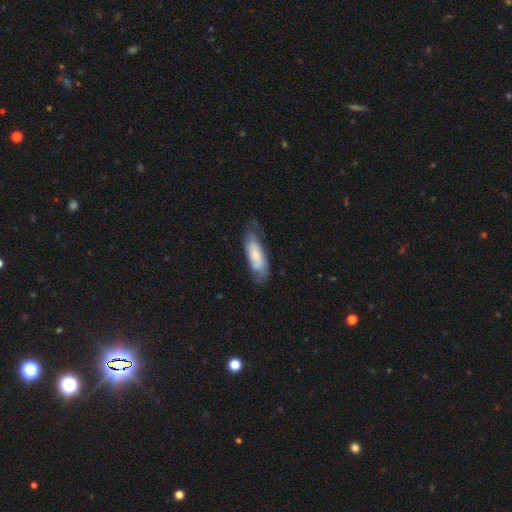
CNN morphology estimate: The model was most divided on "merging": none: 53%, minor disturbance: 31%, major disturbance: 13%, merger: 3%. More confident: smooth or featured — smooth (64%); how rounded — in between (62%).